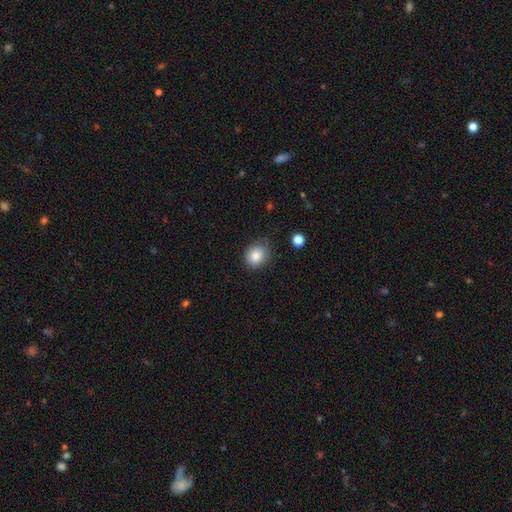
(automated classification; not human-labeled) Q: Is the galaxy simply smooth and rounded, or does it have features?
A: smooth — 83%.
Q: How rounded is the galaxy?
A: round — 72%.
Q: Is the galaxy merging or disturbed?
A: none — 77%.